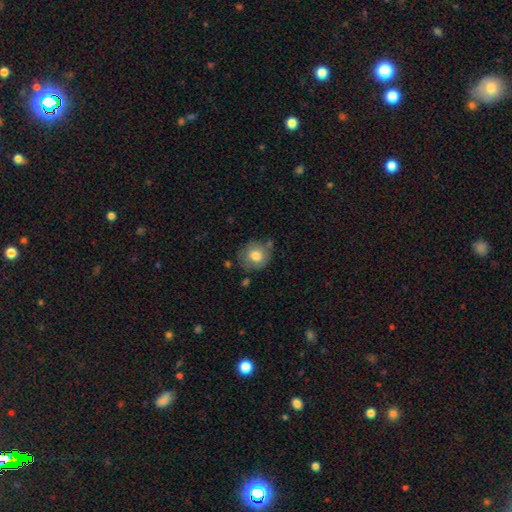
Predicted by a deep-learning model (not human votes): smooth_or_featured: smooth (p=0.78) [alt: featured or disk p=0.14]
how_rounded: round (p=0.86) [alt: in between p=0.13]
merging: none (p=0.72) [alt: minor disturbance p=0.18]